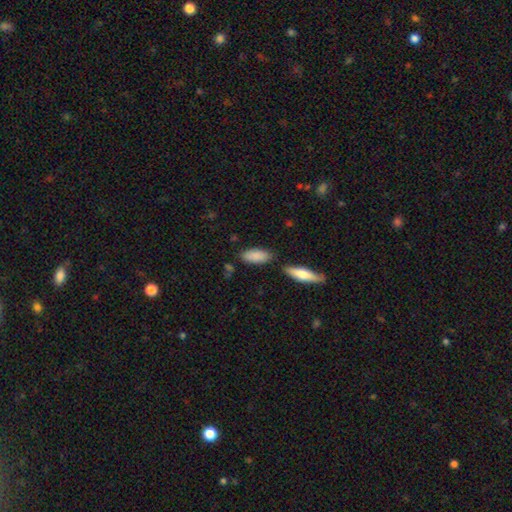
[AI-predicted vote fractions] A smooth galaxy with no disk features (87%) that is in between round and cigar-shaped (80%). Merging: none (74%).